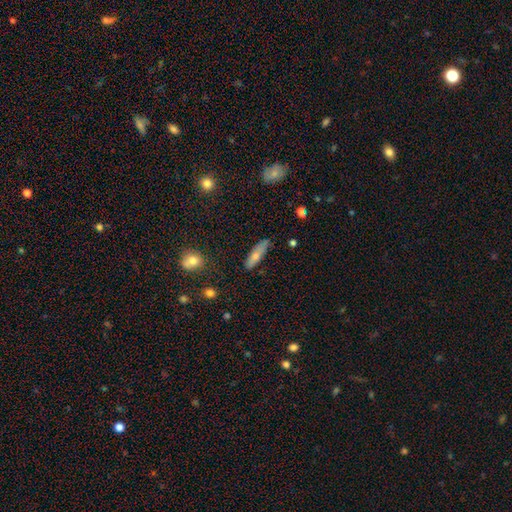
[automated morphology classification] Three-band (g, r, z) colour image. It shows a smooth galaxy with no disk features (71%) that is cigar-shaped (67%). Merging: none (73%).